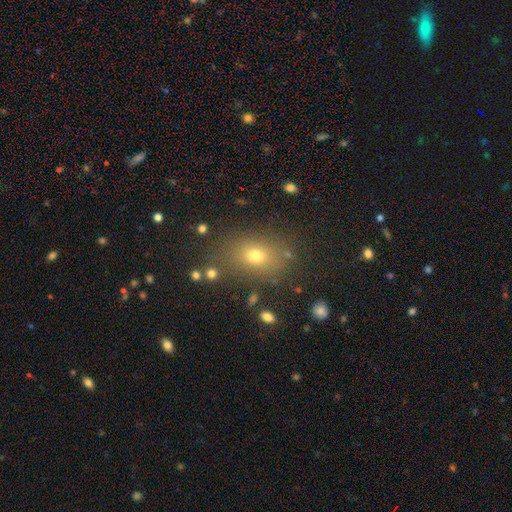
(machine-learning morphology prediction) This appears to be a smooth galaxy with no disk features (69%) that is in between round and cigar-shaped (66%). Merging: none (79%).